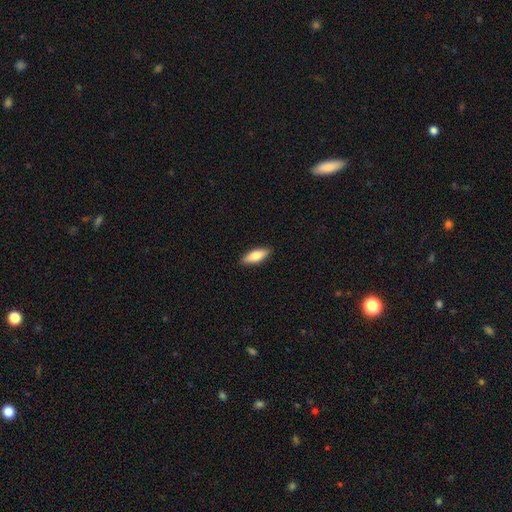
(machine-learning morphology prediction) A smooth galaxy with no disk features (79%) that is in between round and cigar-shaped (66%).

Vote fractions:
- Smooth or featured? smooth: 79% / featured or disk: 16% / star or artifact: 6%
- How rounded? in between: 66% / cigar-shaped: 32% / round: 2%
- Merging? none: 89% / minor disturbance: 8% / major disturbance: 2% / merger: 1%